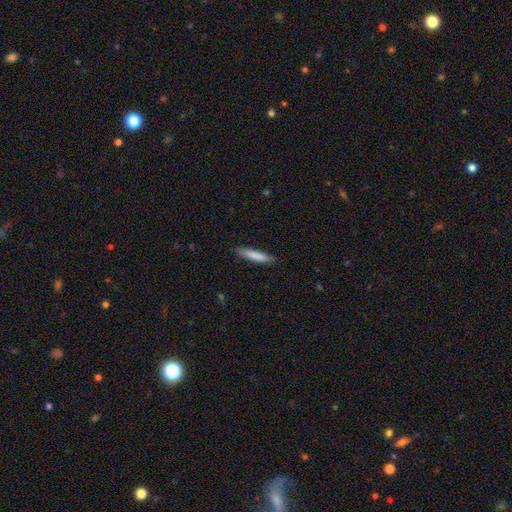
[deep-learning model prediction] smooth 81%, featured or disk 14%, star or artifact 6%. Down the decision tree: how rounded — cigar-shaped (89%); merging — none (84%).